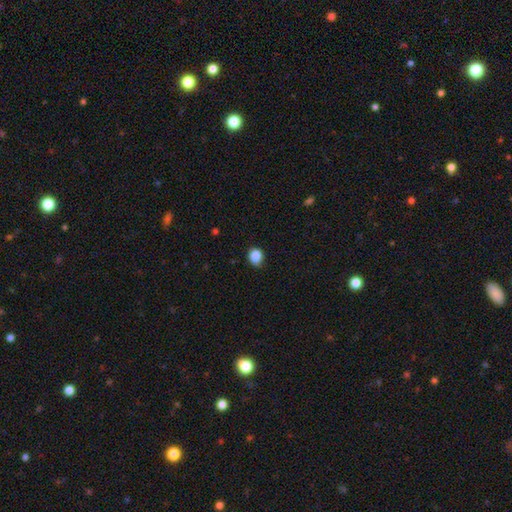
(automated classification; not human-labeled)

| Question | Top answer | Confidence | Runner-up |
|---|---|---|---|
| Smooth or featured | smooth | 87% | star or artifact (9%) |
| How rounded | round | 64% | in between (35%) |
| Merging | none | 80% | minor disturbance (16%) |